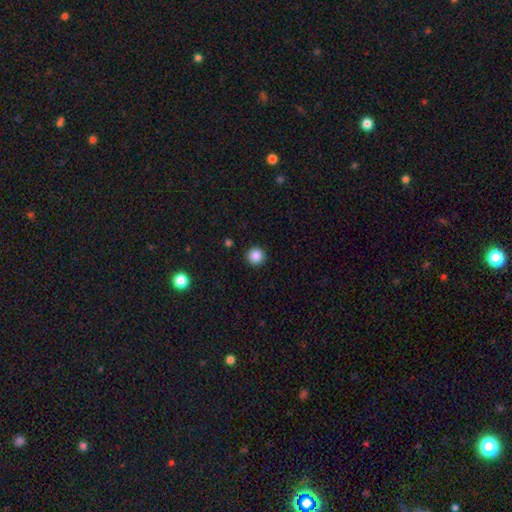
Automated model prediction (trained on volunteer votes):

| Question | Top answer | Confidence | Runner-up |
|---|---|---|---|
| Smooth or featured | smooth | 87% | star or artifact (10%) |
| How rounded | round | 96% | in between (3%) |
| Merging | none | 92% | minor disturbance (5%) |